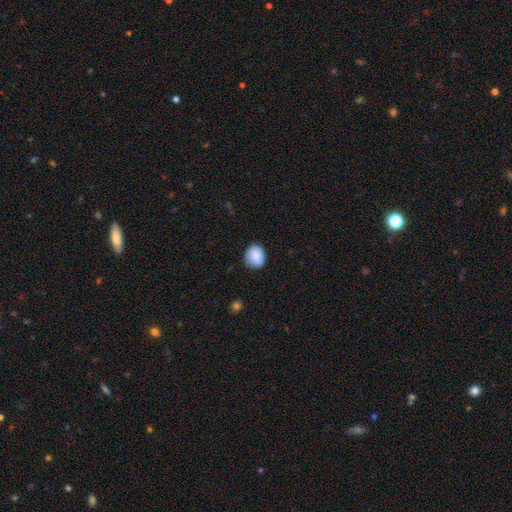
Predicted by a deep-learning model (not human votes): Smooth or featured: smooth — 87% (star or artifact — 8%)
How rounded: round — 63% (in between — 36%)
Merging: none — 74% (minor disturbance — 21%)